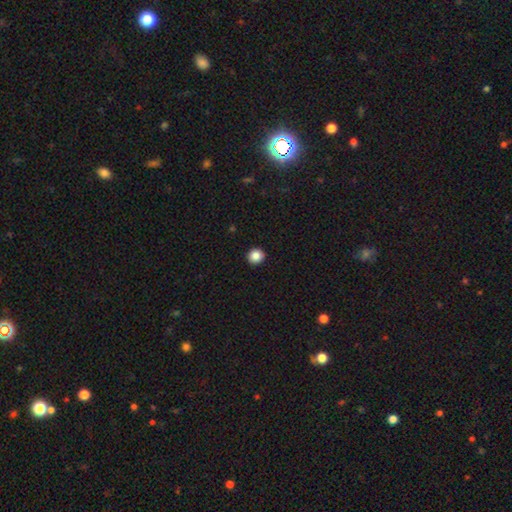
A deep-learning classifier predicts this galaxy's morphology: This is clearly a smooth galaxy (86%). How rounded: clearly round (91%). Merging: clearly none (93%).